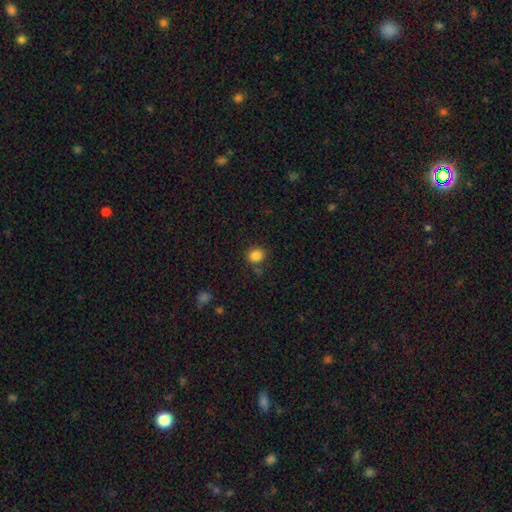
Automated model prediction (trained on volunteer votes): smooth 85%, star or artifact 11%, featured or disk 4%. Down the decision tree: how rounded — round (84%); merging — none (78%).